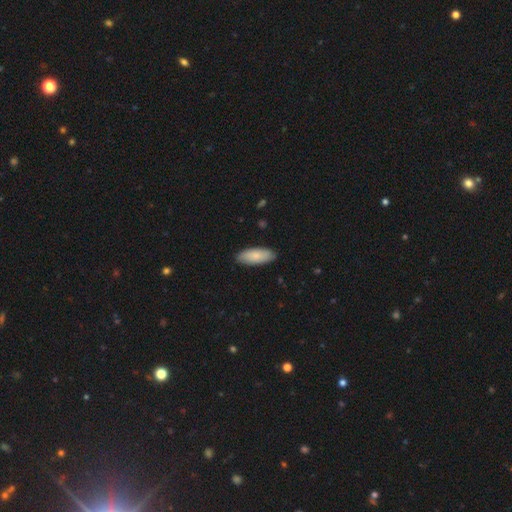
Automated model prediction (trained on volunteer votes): This is clearly a smooth galaxy (82%). How rounded: likely in between (77%). Merging: clearly none (87%).